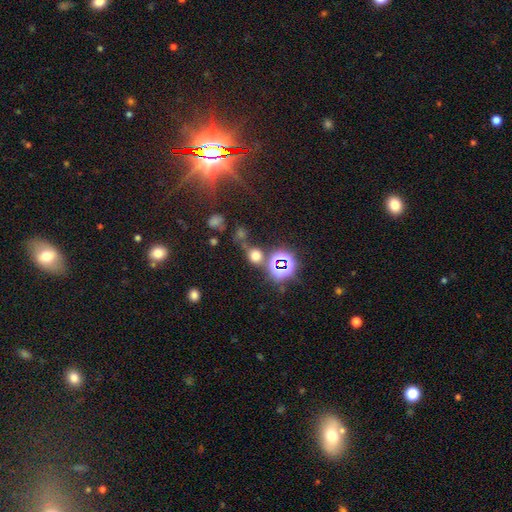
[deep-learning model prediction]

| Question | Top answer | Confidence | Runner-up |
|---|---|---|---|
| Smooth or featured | smooth | 53% | star or artifact (39%) |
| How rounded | round | 79% | in between (19%) |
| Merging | none | 65% | merger (16%) |